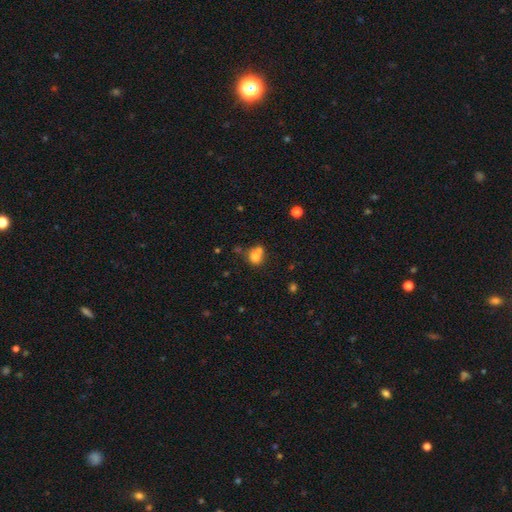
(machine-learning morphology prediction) This is likely a smooth galaxy (74%). How rounded: likely round (70%). Merging: possibly merger (47%).